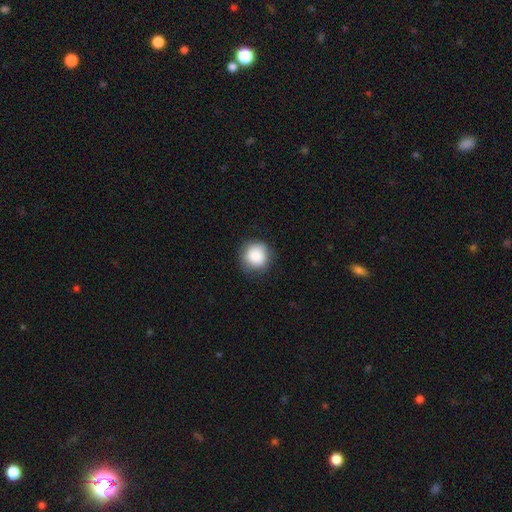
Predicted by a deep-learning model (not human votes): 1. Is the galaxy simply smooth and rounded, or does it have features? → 88% smooth, 8% star or artifact, 4% featured or disk.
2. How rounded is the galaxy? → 91% round, 8% in between, 1% cigar-shaped.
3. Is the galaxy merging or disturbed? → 83% none, 12% minor disturbance, 3% major disturbance, 1% merger.